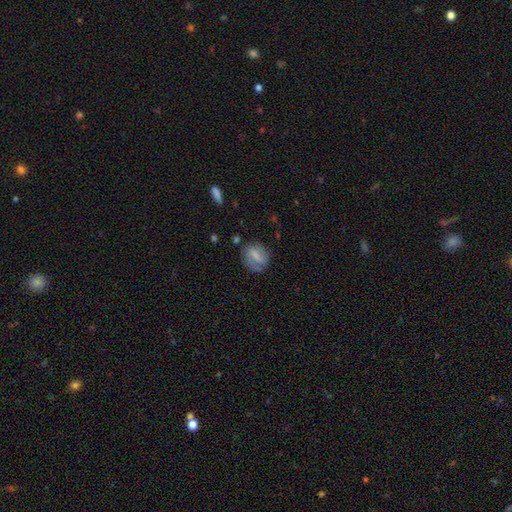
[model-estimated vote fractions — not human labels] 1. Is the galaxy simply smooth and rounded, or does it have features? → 54% smooth, 37% featured or disk, 8% star or artifact.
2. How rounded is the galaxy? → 49% round, 47% in between, 4% cigar-shaped.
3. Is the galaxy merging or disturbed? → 66% none, 22% minor disturbance, 9% major disturbance, 2% merger.